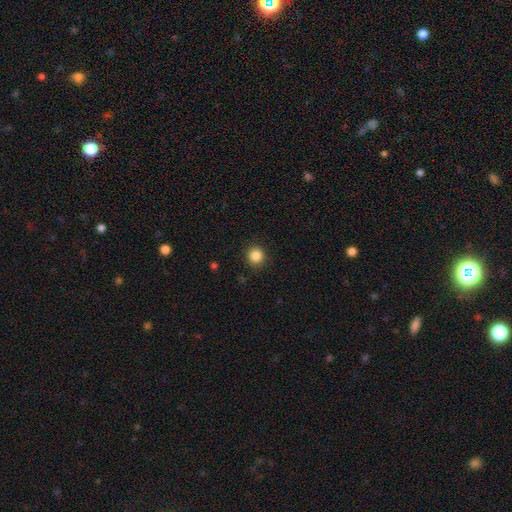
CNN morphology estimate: Smooth or featured? smooth (86%)
How rounded? round (93%)
Merging? none (91%)